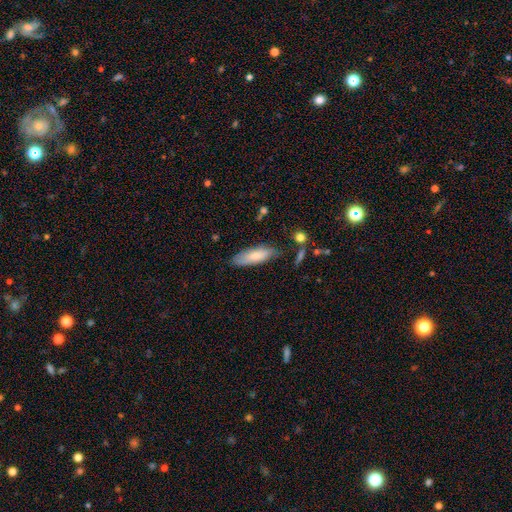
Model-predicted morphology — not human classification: This appears to be a smooth galaxy with no disk features (77%) that is in between round and cigar-shaped (56%). Merging: none (76%).